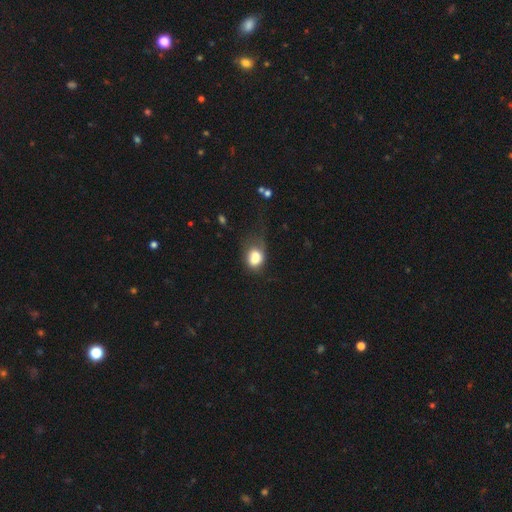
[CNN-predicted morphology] Smooth or featured?
  - smooth: 74% *
  - featured or disk: 15%
  - star or artifact: 11%
How rounded?
  - in between: 57% *
  - round: 42%
  - cigar-shaped: 1%
Merging?
  - none: 28% *
  - merger: 25%
  - minor disturbance: 24%
  - major disturbance: 23%